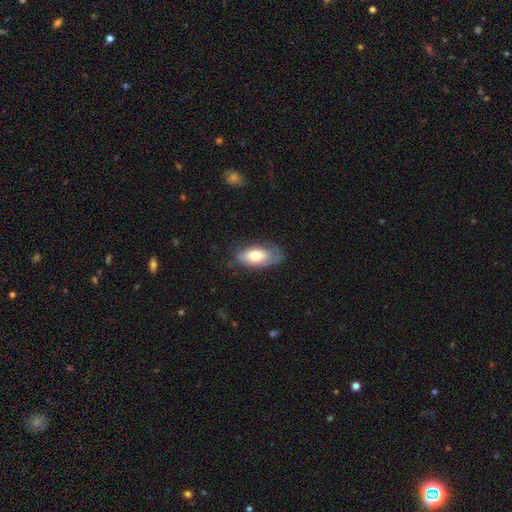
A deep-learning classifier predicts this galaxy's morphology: Smooth or featured? smooth (67%)
How rounded? in between (91%)
Merging? none (60%)